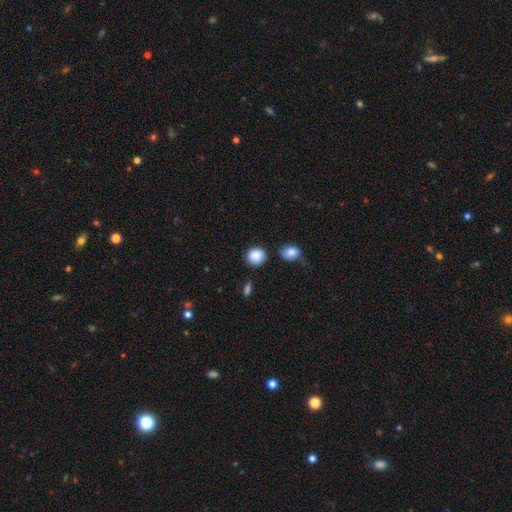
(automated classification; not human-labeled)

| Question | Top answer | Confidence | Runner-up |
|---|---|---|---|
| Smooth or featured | smooth | 87% | star or artifact (8%) |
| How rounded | round | 81% | in between (17%) |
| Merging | none | 74% | minor disturbance (16%) |